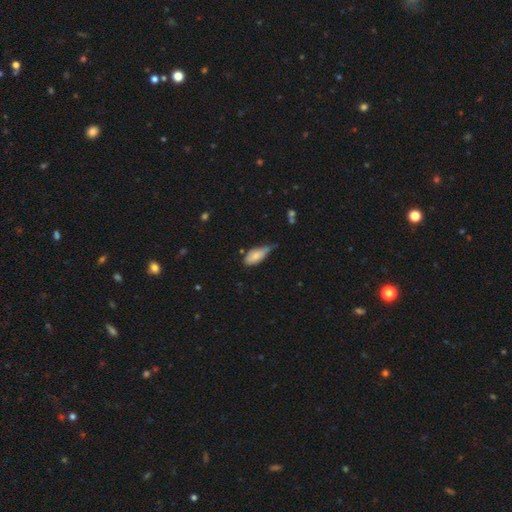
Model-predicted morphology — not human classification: This is likely a smooth galaxy (74%). How rounded: clearly in between (86%). Merging: possibly minor disturbance (49%).